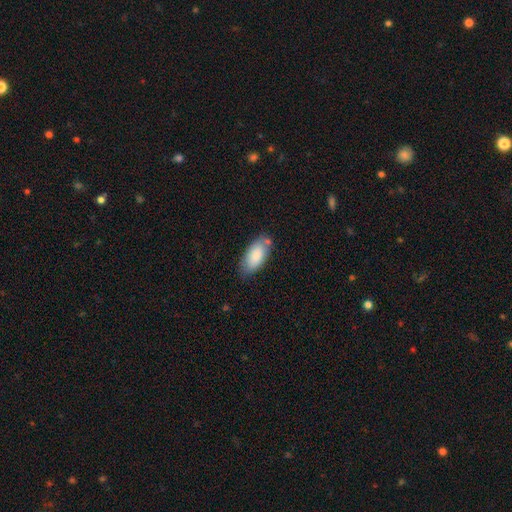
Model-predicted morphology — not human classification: smooth-or-featured: smooth: 86% | featured or disk: 8% | star or artifact: 6%
  how-rounded: in between: 91% | cigar-shaped: 7% | round: 2%
  merging: none: 71% | minor disturbance: 19% | merger: 6% | major disturbance: 4%